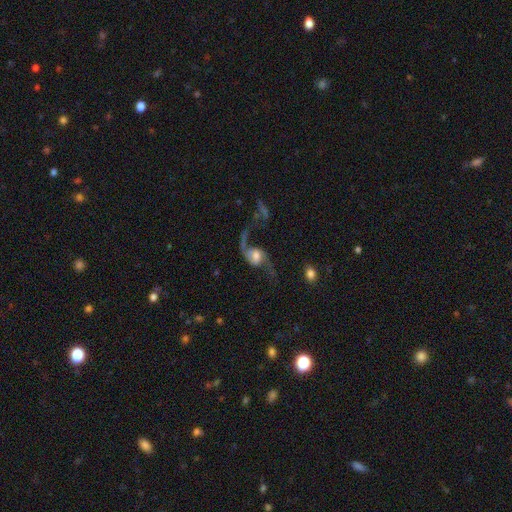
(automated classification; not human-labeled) smooth_or_featured: featured or disk (p=0.83) [alt: smooth p=0.11]
disk_edge_on: no (p=0.96) [alt: yes p=0.04]
bar: no (p=0.43) [alt: weak p=0.42]
has_spiral_arms: yes (p=0.94) [alt: no p=0.06]
spiral_winding: loose (p=0.87) [alt: medium p=0.11]
spiral_arm_count: 2 (p=0.88) [alt: 1 p=0.07]
bulge_size: moderate (p=0.52) [alt: small p=0.20]
merging: none (p=0.45) [alt: major disturbance p=0.31]